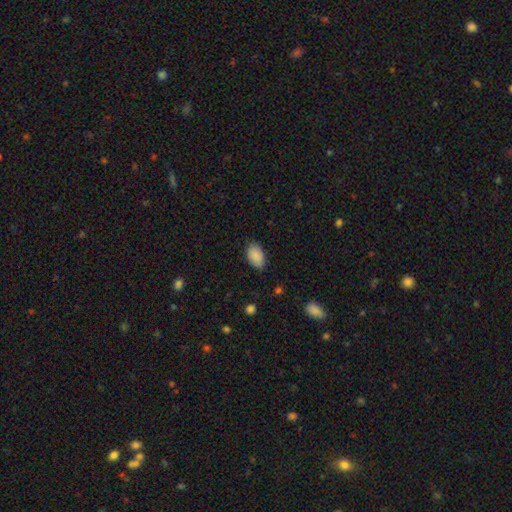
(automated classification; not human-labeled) This appears to be a smooth galaxy with no disk features (89%) that is in between round and cigar-shaped (92%). Merging: none (82%).